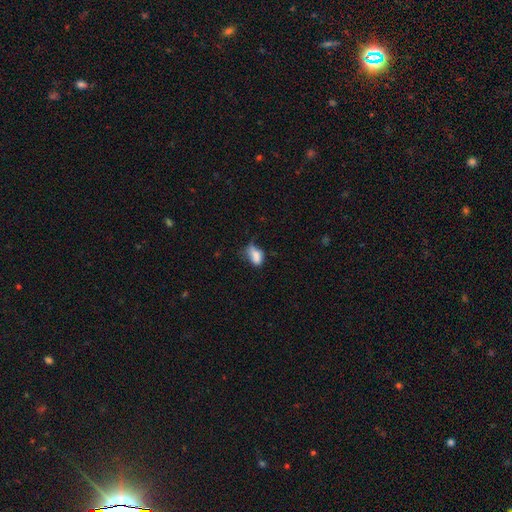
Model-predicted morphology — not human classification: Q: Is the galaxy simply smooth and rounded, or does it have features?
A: smooth — 78%.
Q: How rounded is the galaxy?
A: in between — 87%.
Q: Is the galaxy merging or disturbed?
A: minor disturbance — 39%.